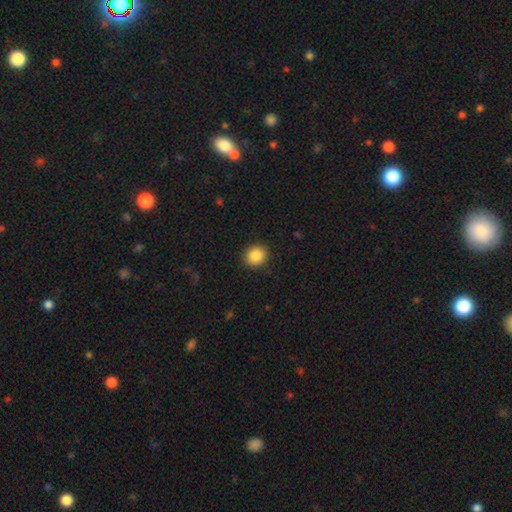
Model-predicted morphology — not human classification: smooth-or-featured: smooth: 86% | star or artifact: 9% | featured or disk: 5%
  how-rounded: round: 84% | in between: 15% | cigar-shaped: 1%
  merging: none: 91% | minor disturbance: 6% | major disturbance: 2% | merger: 1%